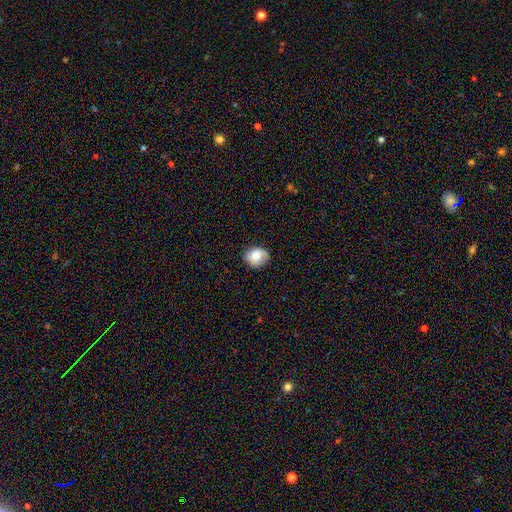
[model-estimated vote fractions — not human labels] Morphology: type=smooth (74%); roundness=round (66%); merging=none (73%).